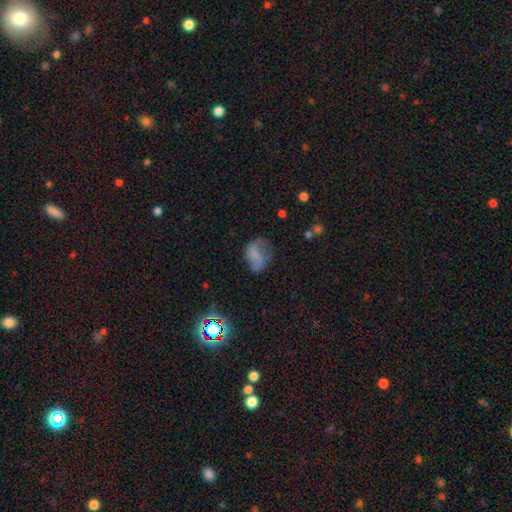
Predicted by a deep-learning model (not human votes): Smooth or featured? Predicted: smooth (p=0.44). Merging? Predicted: none (p=0.46).